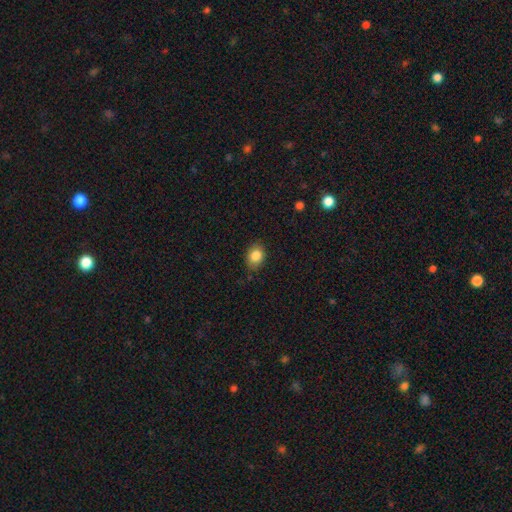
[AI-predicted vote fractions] smooth 85%, star or artifact 9%, featured or disk 6%. Down the decision tree: how rounded — in between (64%); merging — none (81%).